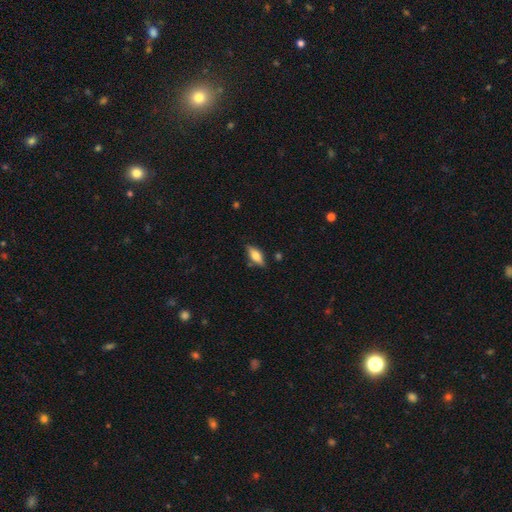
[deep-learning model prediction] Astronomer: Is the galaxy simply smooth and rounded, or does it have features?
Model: smooth — 62%.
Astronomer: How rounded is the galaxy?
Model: in between — 69%.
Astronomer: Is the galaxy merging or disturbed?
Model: none — 79%.